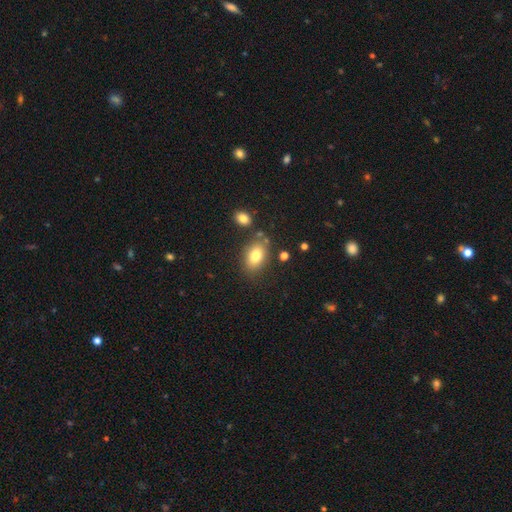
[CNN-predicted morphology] A smooth galaxy with no disk features (79%) that is in between round and cigar-shaped (83%).

Vote fractions:
- Smooth or featured? smooth: 79% / featured or disk: 11% / star or artifact: 9%
- How rounded? in between: 83% / round: 15% / cigar-shaped: 2%
- Merging? none: 73% / minor disturbance: 14% / merger: 9% / major disturbance: 4%